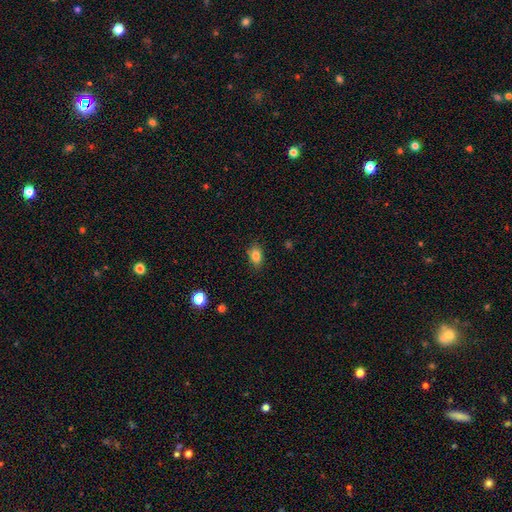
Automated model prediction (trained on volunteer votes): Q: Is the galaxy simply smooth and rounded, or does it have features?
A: smooth — 83%.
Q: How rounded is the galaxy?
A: in between — 80%.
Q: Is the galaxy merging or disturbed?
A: none — 83%.